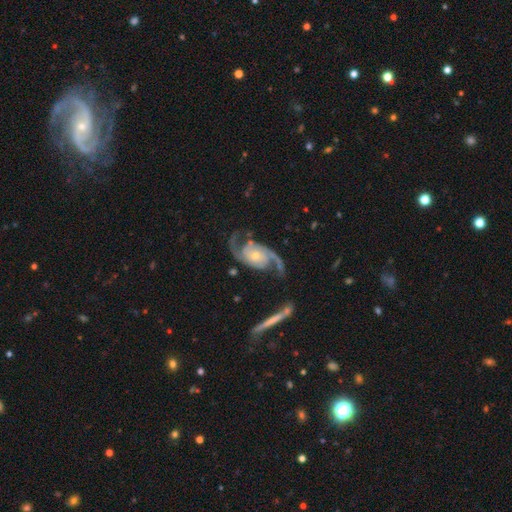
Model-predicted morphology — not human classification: This is clearly a featured or disk galaxy (91%). It is clearly not viewed edge-on (97%). Bar: likely no (69%). Spiral arm pattern: clearly yes (98%). Spiral arm count: clearly 2 (93%). Spiral winding: possibly medium (45%). Central bulge: likely small (64%). Merging: likely none (68%).